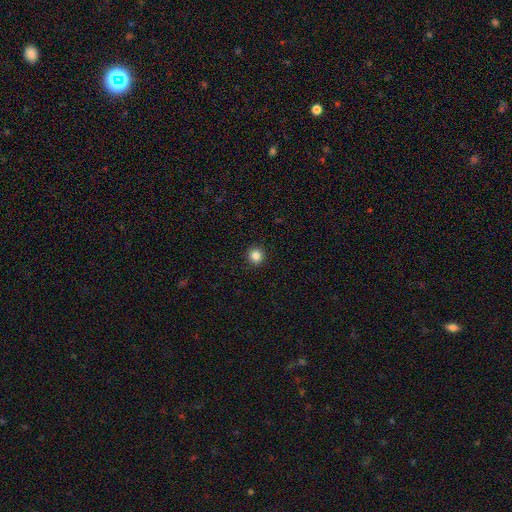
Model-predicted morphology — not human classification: Q: Smooth or featured?
A: smooth (86%); runner-up: star or artifact (11%)
Q: How rounded?
A: round (93%); runner-up: in between (6%)
Q: Merging?
A: none (92%); runner-up: minor disturbance (5%)